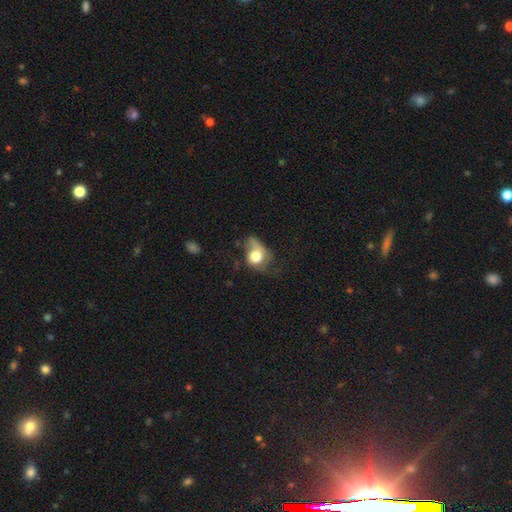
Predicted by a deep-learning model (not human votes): Smooth or featured? smooth (68%)
How rounded? round (50%)
Merging? major disturbance (39%)